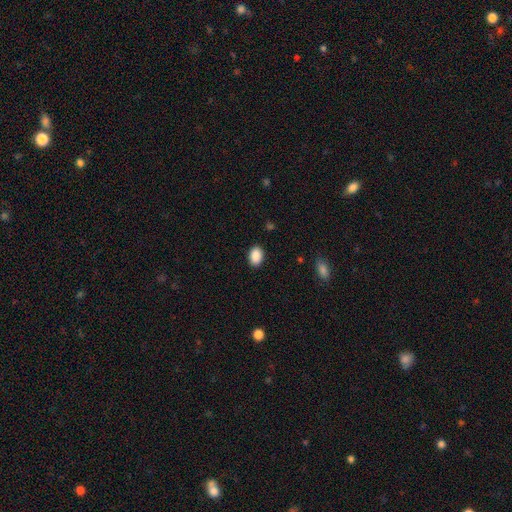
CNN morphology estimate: Q: Smooth or featured?
A: smooth (90%); runner-up: star or artifact (8%)
Q: How rounded?
A: in between (82%); runner-up: round (17%)
Q: Merging?
A: none (89%); runner-up: minor disturbance (8%)